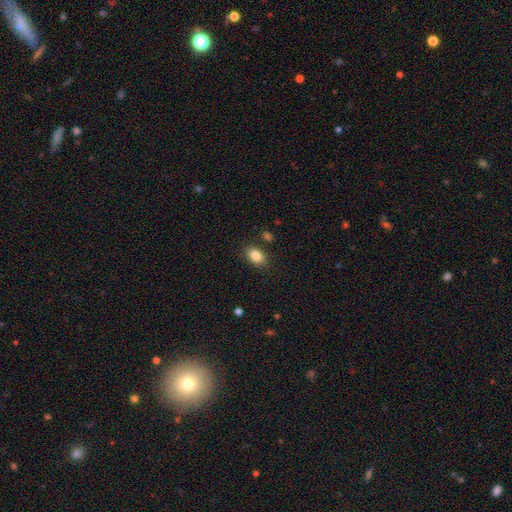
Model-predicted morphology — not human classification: smooth_or_featured: smooth (p=0.85) [alt: star or artifact p=0.09]
how_rounded: in between (p=0.81) [alt: round p=0.17]
merging: none (p=0.83) [alt: minor disturbance p=0.11]